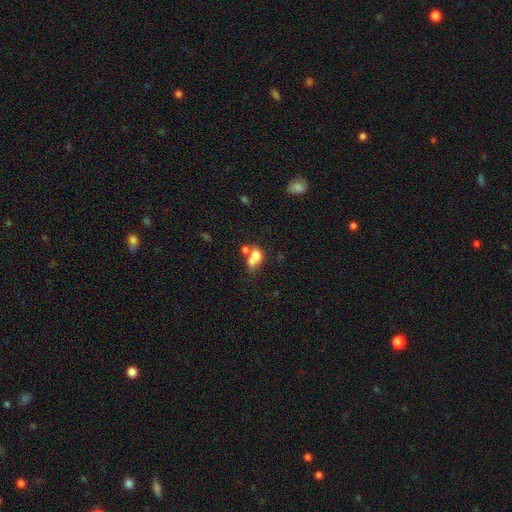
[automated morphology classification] The model was most divided on "how rounded": in between: 60%, round: 38%, cigar-shaped: 2%. More confident: smooth or featured — smooth (68%); merging — merger (60%).